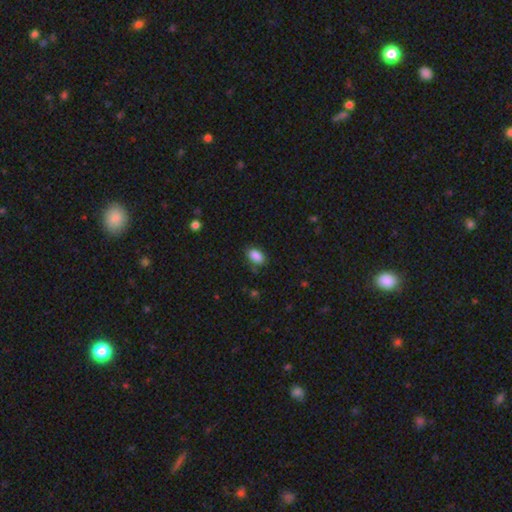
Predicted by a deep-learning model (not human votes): Q: Smooth or featured?
A: smooth (88%); runner-up: star or artifact (8%)
Q: How rounded?
A: in between (90%); runner-up: round (9%)
Q: Merging?
A: none (81%); runner-up: minor disturbance (15%)